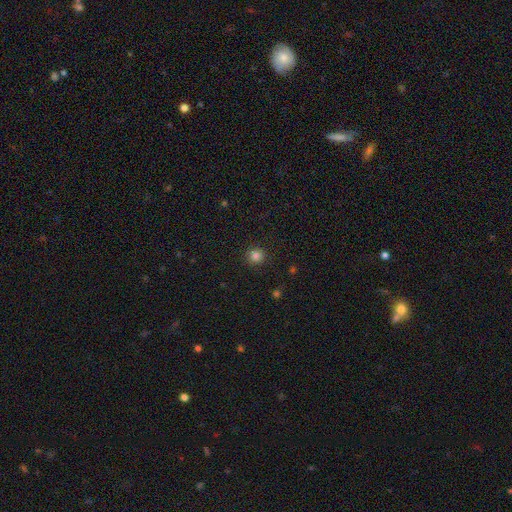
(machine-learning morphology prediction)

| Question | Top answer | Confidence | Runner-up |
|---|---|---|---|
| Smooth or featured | smooth | 83% | star or artifact (13%) |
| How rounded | round | 93% | in between (6%) |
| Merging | none | 91% | minor disturbance (6%) |